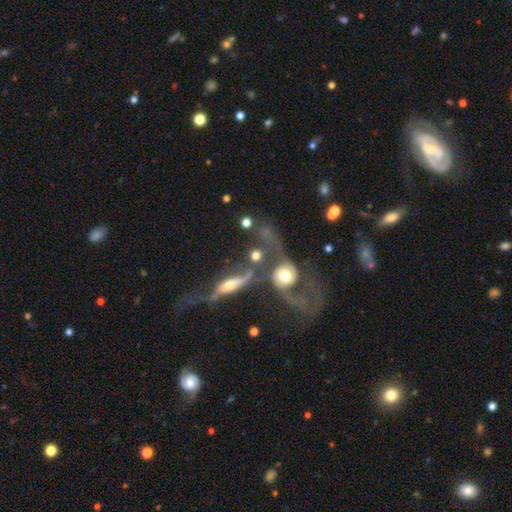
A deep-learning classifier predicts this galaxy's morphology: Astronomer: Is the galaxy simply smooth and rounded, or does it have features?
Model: smooth — 47% (runner-up: featured or disk, 42%).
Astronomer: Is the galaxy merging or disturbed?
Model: merger — 50%.